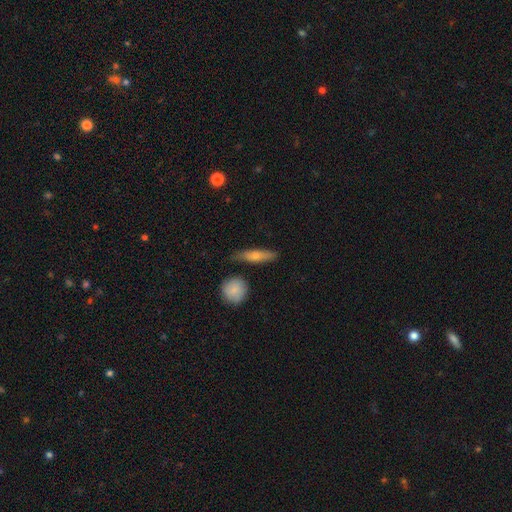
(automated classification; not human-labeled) A smooth galaxy with no disk features (64%) that is cigar-shaped (71%). Merging: none (74%).